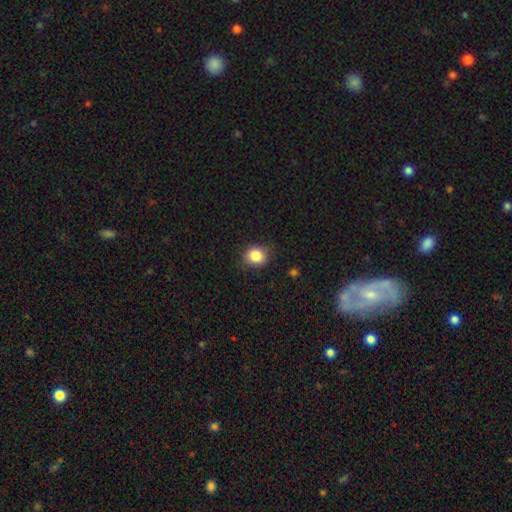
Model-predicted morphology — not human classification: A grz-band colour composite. It shows a smooth galaxy with no disk features (85%) that is round (75%). Merging: none (83%).